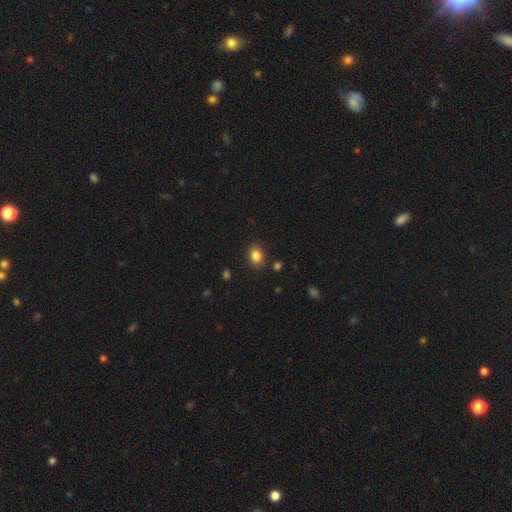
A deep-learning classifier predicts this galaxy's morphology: Overall: smooth (84%). How rounded: in between (53%; round 46%). Merging: none (87%).